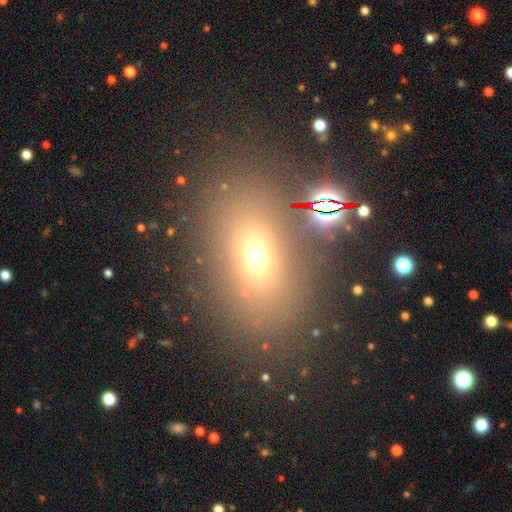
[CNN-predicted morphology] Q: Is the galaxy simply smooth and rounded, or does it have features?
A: smooth — 60%.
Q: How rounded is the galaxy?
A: in between — 69%.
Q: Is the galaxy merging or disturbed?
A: none — 78%.